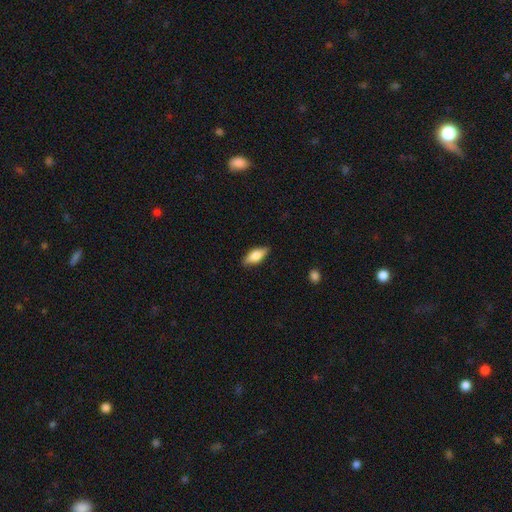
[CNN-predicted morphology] Smooth or featured? smooth (73%)
How rounded? in between (74%)
Merging? none (86%)